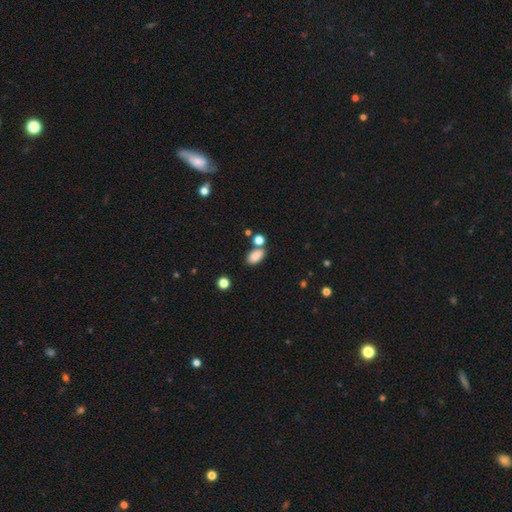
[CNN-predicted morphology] smooth_or_featured: smooth (p=0.84) [alt: star or artifact p=0.11]
how_rounded: in between (p=0.89) [alt: round p=0.09]
merging: none (p=0.63) [alt: merger p=0.18]